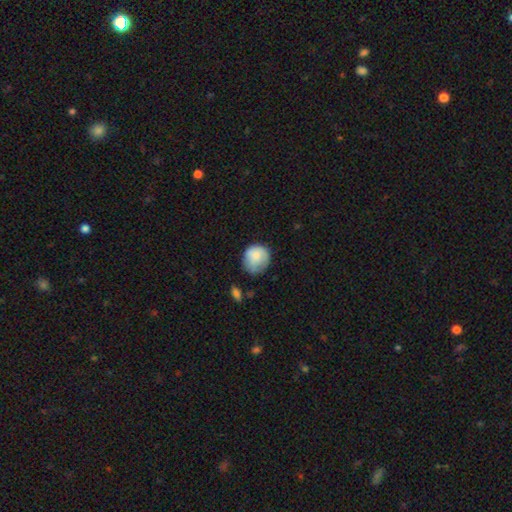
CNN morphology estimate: The model was most divided on "merging": none: 61%, minor disturbance: 29%, major disturbance: 8%, merger: 2%. More confident: how rounded — round (83%); smooth or featured — smooth (77%).